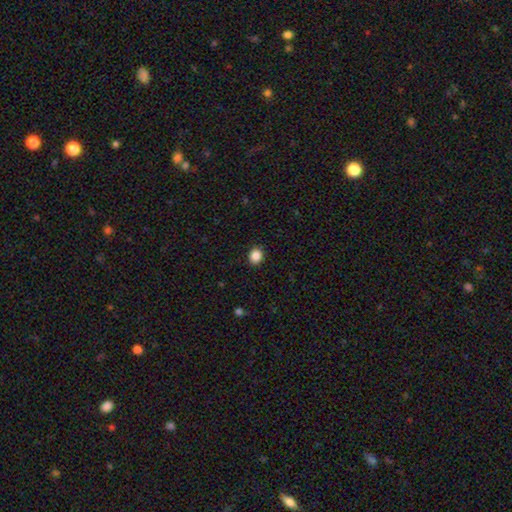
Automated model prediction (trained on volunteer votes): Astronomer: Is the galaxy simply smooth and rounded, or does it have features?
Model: smooth — 87%.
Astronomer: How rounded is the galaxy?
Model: round — 69%.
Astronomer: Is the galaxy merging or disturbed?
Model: none — 91%.